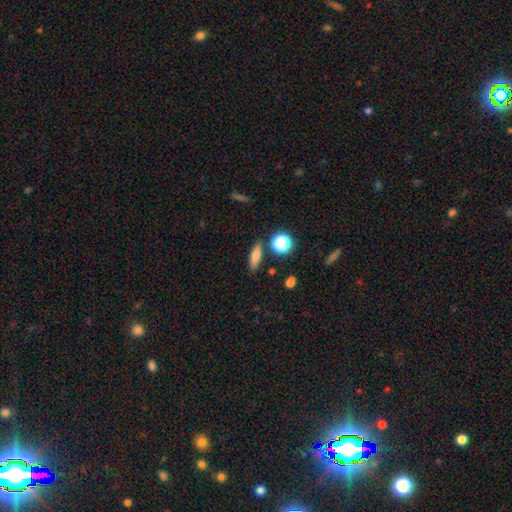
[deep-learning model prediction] Smooth or featured? smooth (74%)
How rounded? cigar-shaped (46%)
Merging? none (83%)